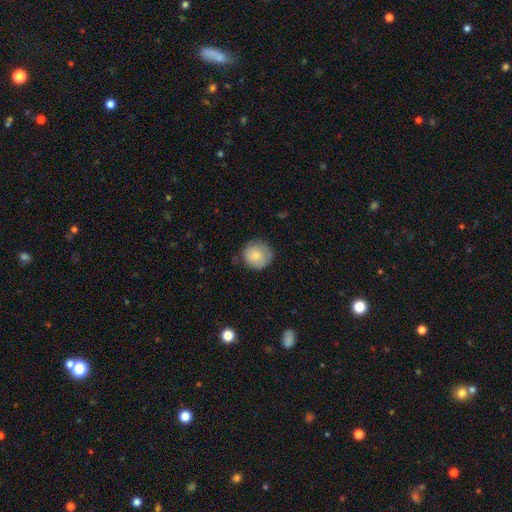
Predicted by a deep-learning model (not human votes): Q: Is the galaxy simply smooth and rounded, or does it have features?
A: smooth — 77%.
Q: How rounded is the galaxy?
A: round — 91%.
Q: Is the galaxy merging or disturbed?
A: none — 75%.